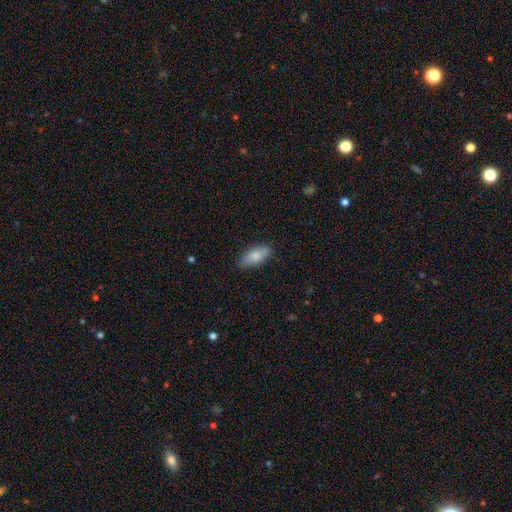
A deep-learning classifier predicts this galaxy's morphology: Overall: smooth (81%). How rounded: in between (82%). Merging: none (82%).